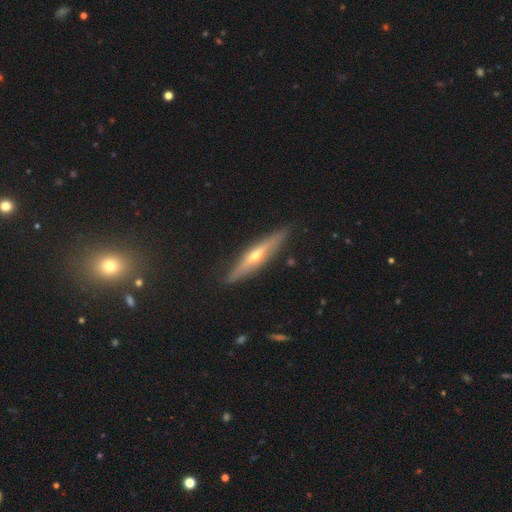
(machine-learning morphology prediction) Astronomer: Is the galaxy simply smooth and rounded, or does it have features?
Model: featured or disk — 69%.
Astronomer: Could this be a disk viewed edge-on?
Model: yes — 93%.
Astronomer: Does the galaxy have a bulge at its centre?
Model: rounded — 86%.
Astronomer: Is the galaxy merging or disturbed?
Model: none — 87%.